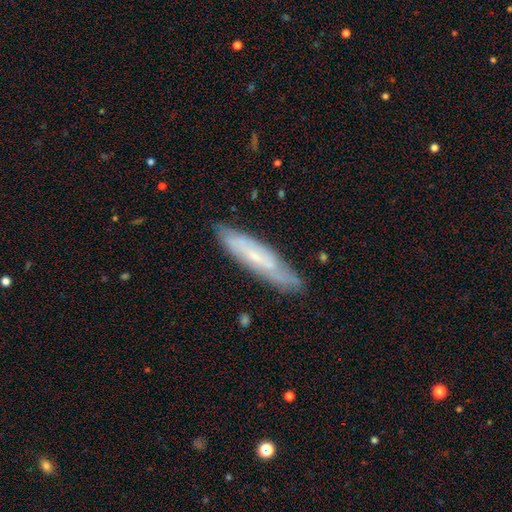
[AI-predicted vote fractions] Smooth or featured?
  - featured or disk: 54% *
  - smooth: 38%
  - star or artifact: 7%
Edge-on disk?
  - no: 53% *
  - yes: 47%
Merging?
  - none: 80% *
  - minor disturbance: 16%
  - major disturbance: 3%
  - merger: 2%